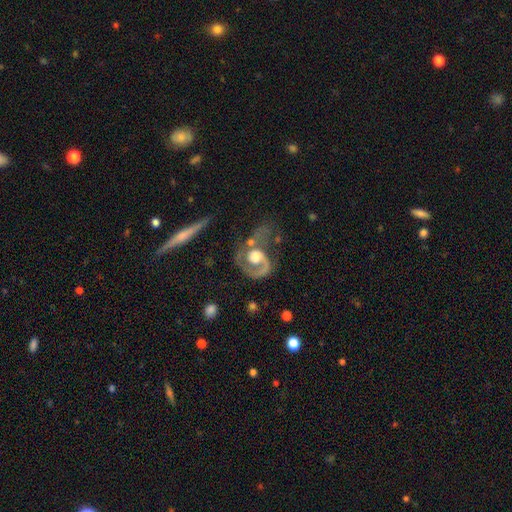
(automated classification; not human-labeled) featured or disk 74%, smooth 20%, star or artifact 6%. Down the decision tree: edge-on disk — no (97%); bar — no (78%); spiral arms — yes (80%); spiral arm count — 1 (82%); spiral winding — tight (39%); bulge size — large (48%); merging — major disturbance (40%).